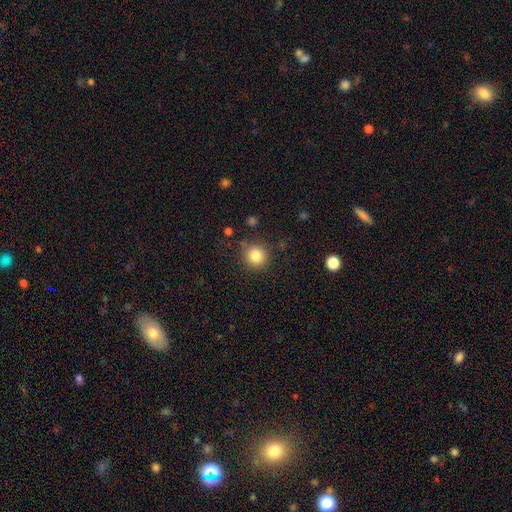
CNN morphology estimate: The model was most divided on "smooth or featured": smooth: 83%, star or artifact: 11%, featured or disk: 6%. More confident: how rounded — round (92%); merging — none (84%).